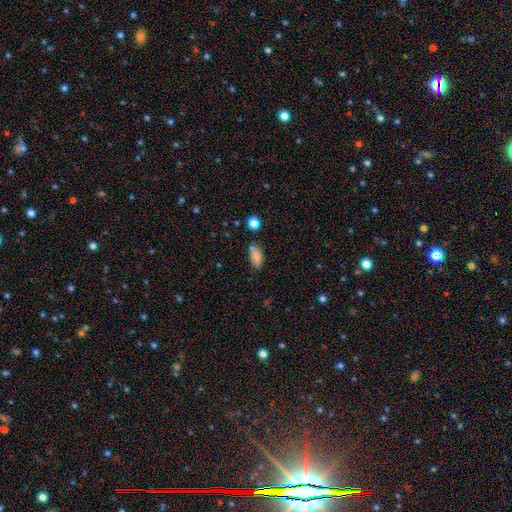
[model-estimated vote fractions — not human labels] Smooth or featured: smooth — 80% (featured or disk — 10%)
How rounded: in between — 87% (cigar-shaped — 7%)
Merging: none — 65% (minor disturbance — 20%)